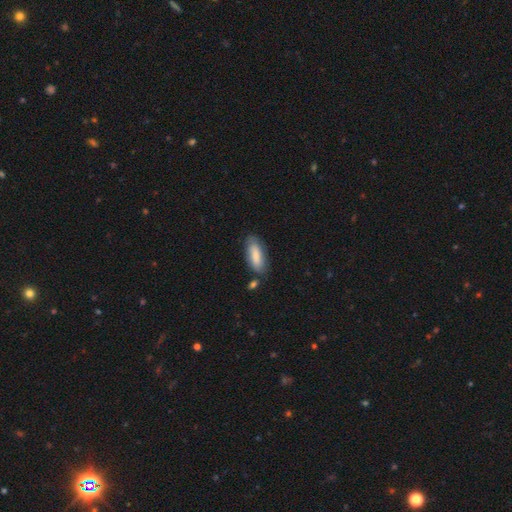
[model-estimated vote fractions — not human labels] Overall: smooth (80%). How rounded: in between (70%). Merging: none (73%).